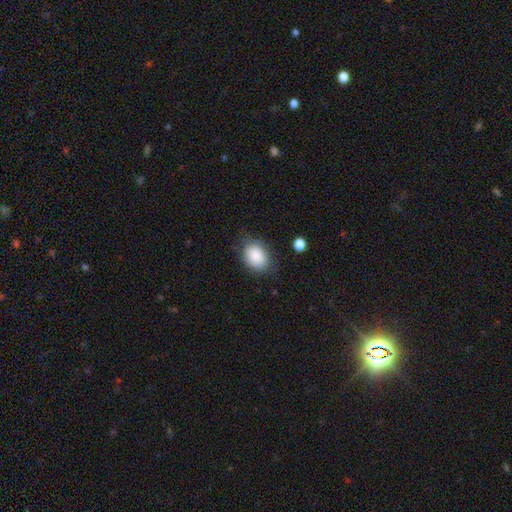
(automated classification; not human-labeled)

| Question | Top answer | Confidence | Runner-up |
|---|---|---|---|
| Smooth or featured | smooth | 87% | star or artifact (8%) |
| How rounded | in between | 69% | round (30%) |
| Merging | none | 73% | minor disturbance (19%) |